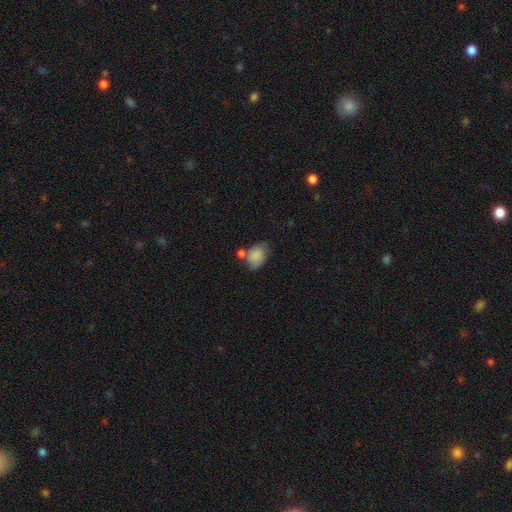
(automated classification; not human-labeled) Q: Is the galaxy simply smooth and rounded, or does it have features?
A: smooth — 84%.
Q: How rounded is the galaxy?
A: in between — 77%.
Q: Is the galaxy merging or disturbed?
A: none — 48%.